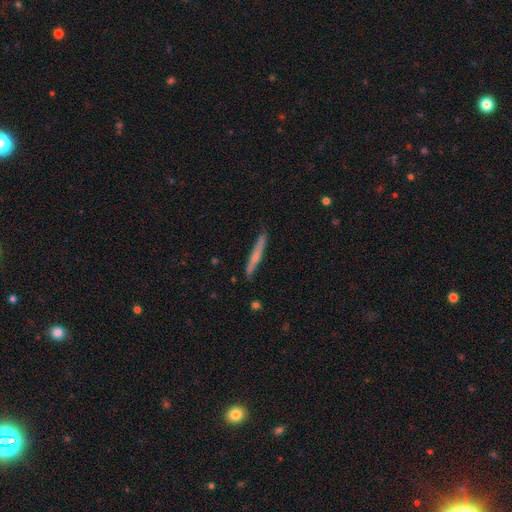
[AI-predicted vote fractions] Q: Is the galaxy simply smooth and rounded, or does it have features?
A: smooth — 48%.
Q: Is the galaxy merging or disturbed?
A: none — 85%.